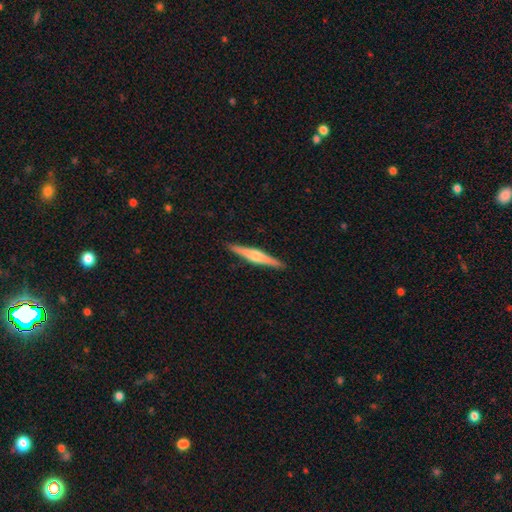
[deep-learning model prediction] smooth-or-featured: featured or disk: 65% | smooth: 30% | star or artifact: 5%
  disk-edge-on: yes: 98% | no: 2%
    edge-on-bulge: rounded: 85% | boxy: 8% | none: 7%
  merging: none: 91% | minor disturbance: 6% | major disturbance: 1% | merger: 1%